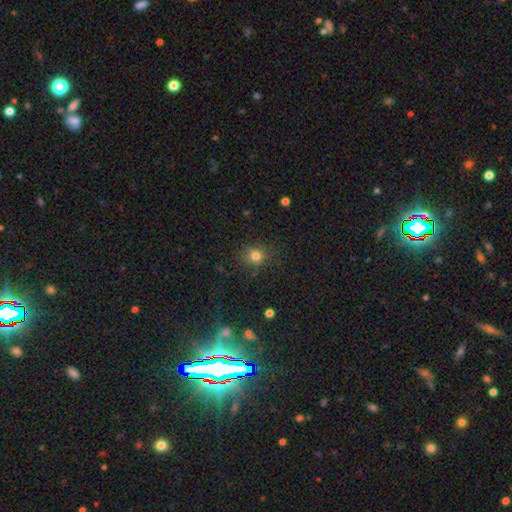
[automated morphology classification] Smooth or featured? Predicted: smooth (p=0.77). How rounded? Predicted: round (p=0.79). Merging? Predicted: none (p=0.84).